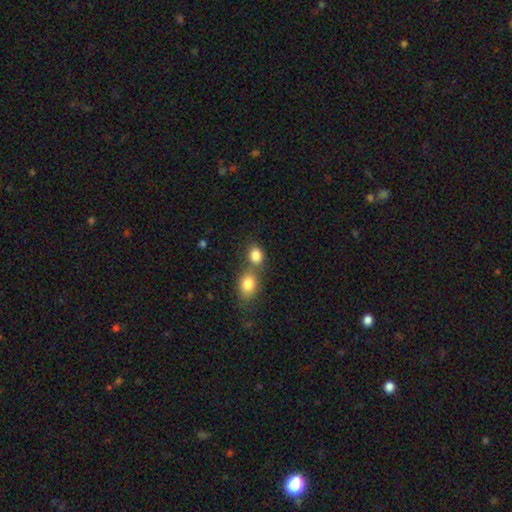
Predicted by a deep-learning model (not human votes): smooth 85%, star or artifact 9%, featured or disk 6%. Down the decision tree: how rounded — in between (55%); merging — merger (44%).